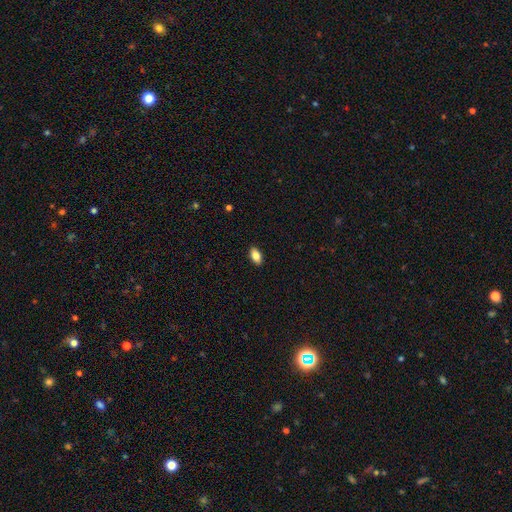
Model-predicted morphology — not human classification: This appears to be a smooth galaxy with no disk features (83%) that is in between round and cigar-shaped (91%). Merging: none (90%).